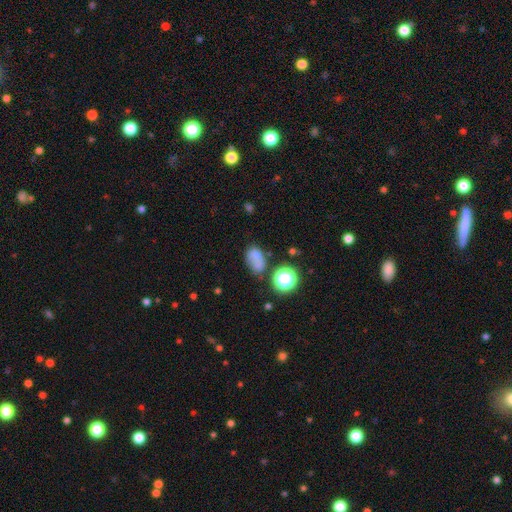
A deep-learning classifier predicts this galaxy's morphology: A smooth galaxy with no disk features (61%) that is in between round and cigar-shaped (69%).

Vote fractions:
- Smooth or featured? smooth: 61% / star or artifact: 24% / featured or disk: 15%
- How rounded? in between: 69% / round: 29% / cigar-shaped: 2%
- Merging? none: 52% / minor disturbance: 21% / merger: 16% / major disturbance: 11%